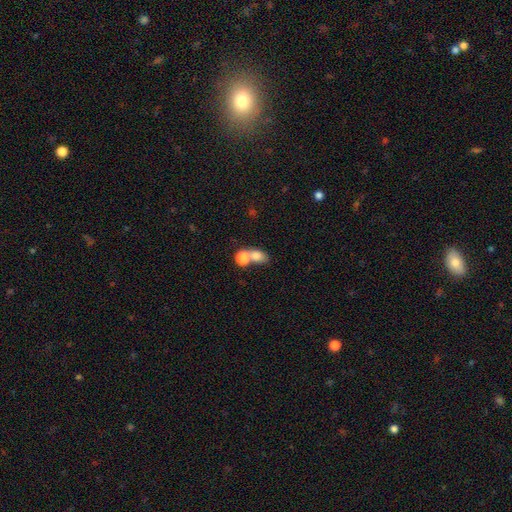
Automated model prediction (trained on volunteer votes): This appears to be a smooth galaxy with no disk features (77%) that is in between round and cigar-shaped (64%). Merging: merger (52%).